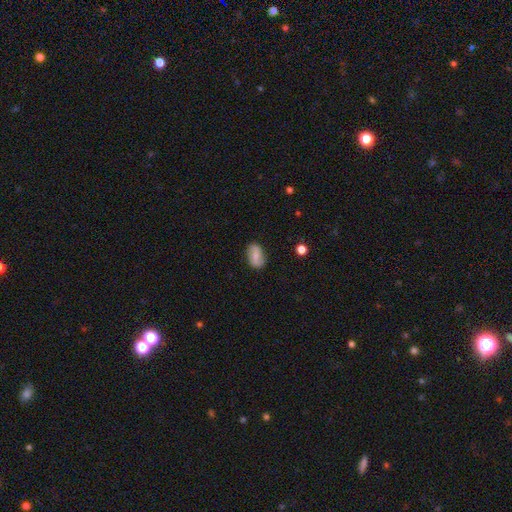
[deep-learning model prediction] Smooth or featured?
  - smooth: 52% *
  - featured or disk: 40%
  - star or artifact: 8%
How rounded?
  - in between: 86% *
  - round: 12%
  - cigar-shaped: 2%
Merging?
  - none: 83% *
  - minor disturbance: 13%
  - major disturbance: 3%
  - merger: 1%